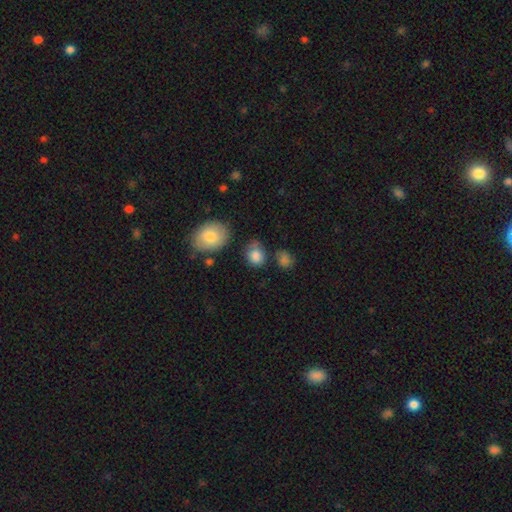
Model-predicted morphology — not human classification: Overall: smooth (83%). How rounded: round (57%; in between 42%). Merging: none (60%; minor disturbance 24%).